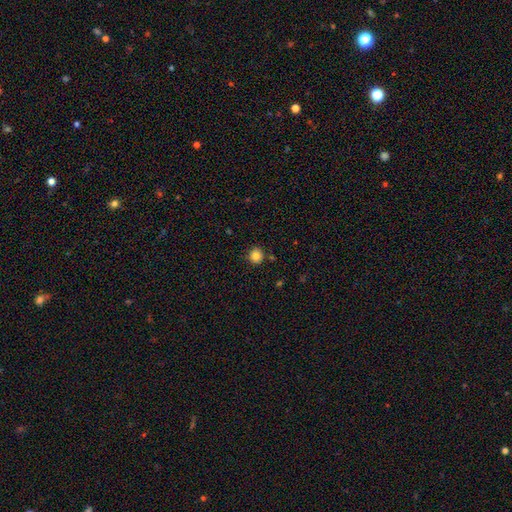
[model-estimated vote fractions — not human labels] Q: Smooth or featured?
A: smooth (83%); runner-up: star or artifact (11%)
Q: How rounded?
A: round (91%); runner-up: in between (8%)
Q: Merging?
A: none (88%); runner-up: minor disturbance (8%)